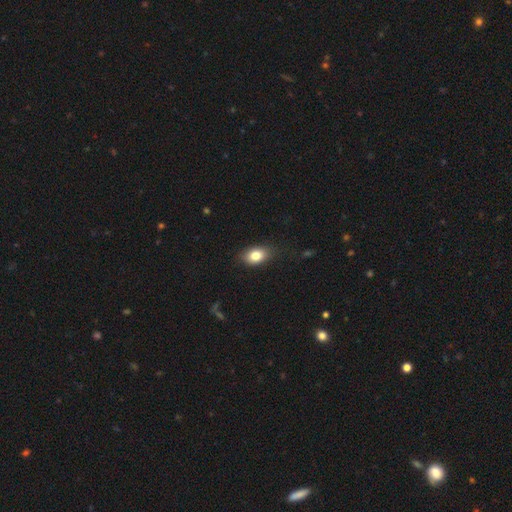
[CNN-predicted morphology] smooth-or-featured: smooth: 81% | featured or disk: 10% | star or artifact: 8%
  how-rounded: in between: 83% | round: 15% | cigar-shaped: 2%
  merging: none: 79% | minor disturbance: 16% | major disturbance: 4% | merger: 1%